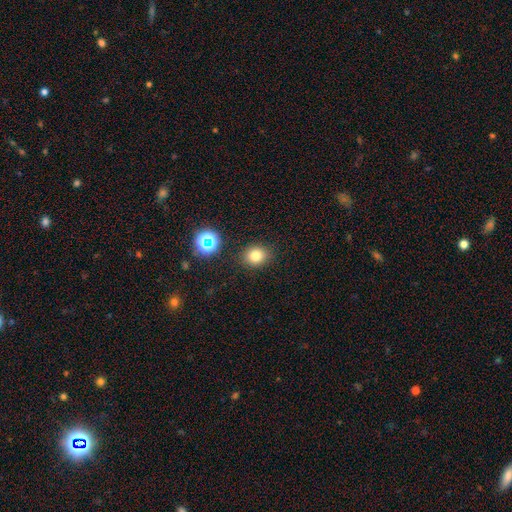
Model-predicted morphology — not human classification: Q: Smooth or featured?
A: smooth (76%); runner-up: star or artifact (16%)
Q: How rounded?
A: round (70%); runner-up: in between (29%)
Q: Merging?
A: none (86%); runner-up: minor disturbance (9%)